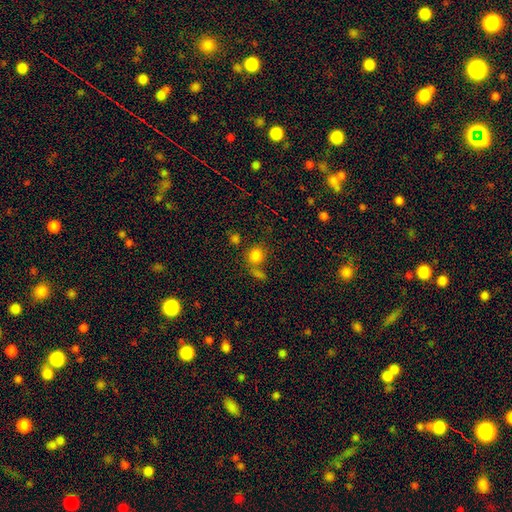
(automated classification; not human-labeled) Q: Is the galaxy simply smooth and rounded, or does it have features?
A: smooth — 80%.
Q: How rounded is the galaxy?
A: round — 81%.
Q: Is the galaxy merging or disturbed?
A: none — 56%.